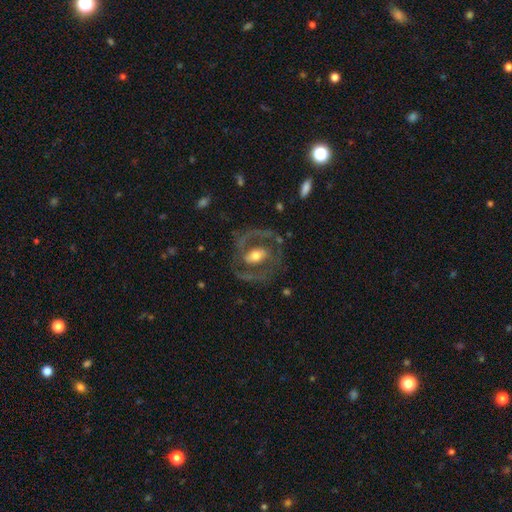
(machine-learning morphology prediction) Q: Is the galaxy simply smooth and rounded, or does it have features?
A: featured or disk — 79%.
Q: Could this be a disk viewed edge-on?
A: no — 95%.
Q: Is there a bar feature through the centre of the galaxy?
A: weak — 36%.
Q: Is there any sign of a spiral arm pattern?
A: yes — 73%.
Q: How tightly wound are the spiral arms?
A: medium — 50%.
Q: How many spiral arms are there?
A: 2 — 82%.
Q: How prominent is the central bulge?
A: moderate — 65%.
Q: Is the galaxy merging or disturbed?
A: none — 71%.